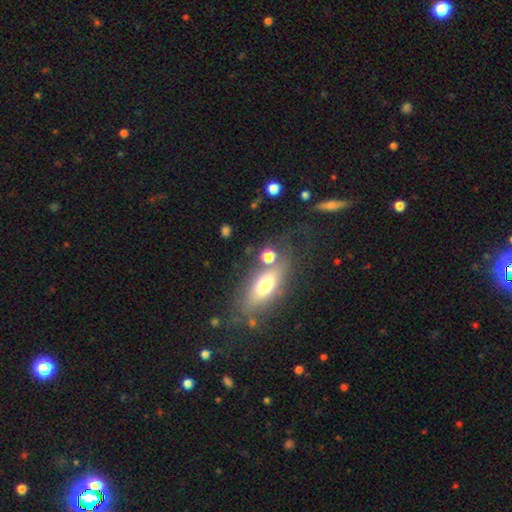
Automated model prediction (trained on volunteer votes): This is possibly a smooth galaxy (54%). How rounded: likely in between (74%). Merging: likely none (64%).